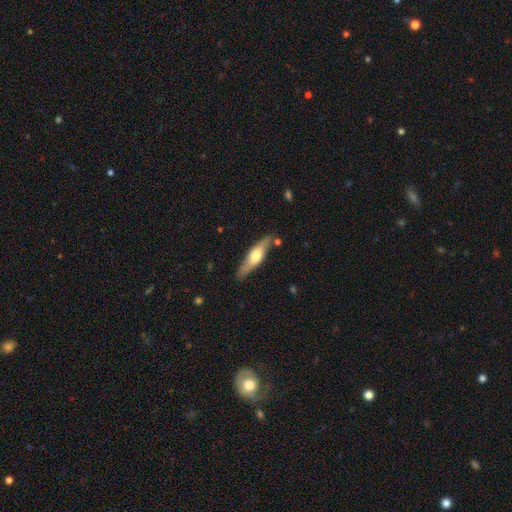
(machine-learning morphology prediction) Smooth or featured: featured or disk — 53% (smooth — 42%)
Edge-on disk: yes — 84% (no — 16%)
Merging: none — 81% (minor disturbance — 13%)